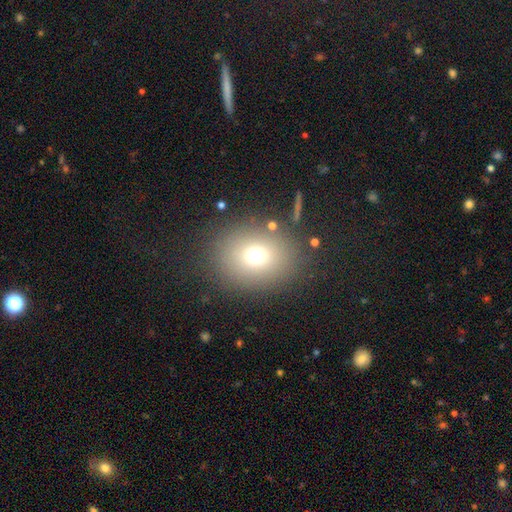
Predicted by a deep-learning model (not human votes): smooth_or_featured: smooth (p=0.71) [alt: star or artifact p=0.17]
how_rounded: round (p=0.59) [alt: in between p=0.40]
merging: none (p=0.83) [alt: minor disturbance p=0.09]